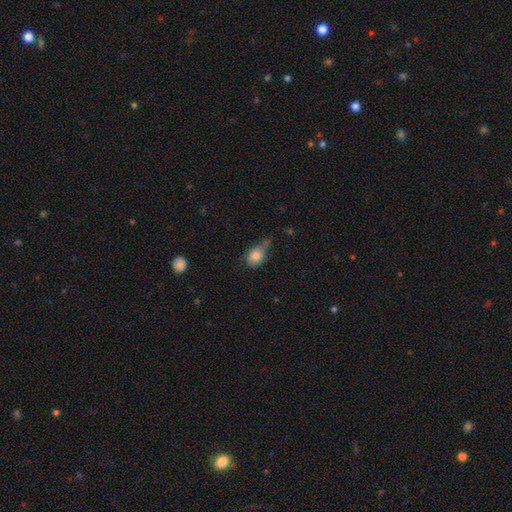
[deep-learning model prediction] Smooth or featured?
  - smooth: 77% *
  - featured or disk: 14%
  - star or artifact: 9%
How rounded?
  - in between: 61% *
  - round: 36%
  - cigar-shaped: 3%
Merging?
  - minor disturbance: 44% *
  - none: 31%
  - major disturbance: 19%
  - merger: 6%